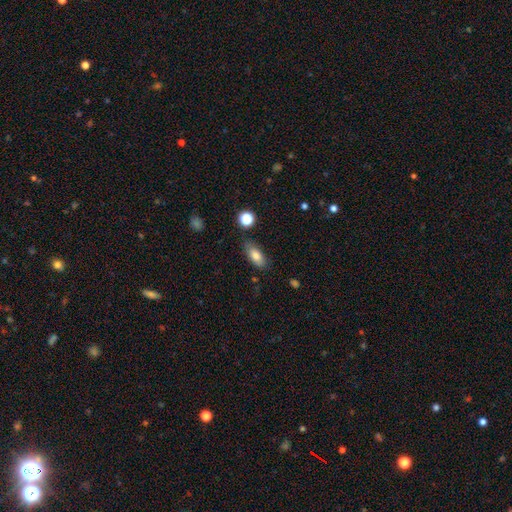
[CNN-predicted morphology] Smooth or featured: smooth — 81% (featured or disk — 11%)
How rounded: in between — 86% (cigar-shaped — 10%)
Merging: none — 79% (minor disturbance — 15%)